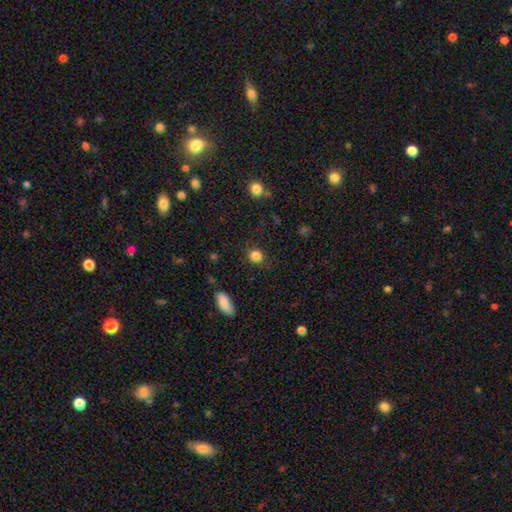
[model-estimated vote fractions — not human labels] The model was most divided on "how rounded": round: 80%, in between: 19%, cigar-shaped: 1%. More confident: smooth or featured — smooth (86%); merging — none (84%).